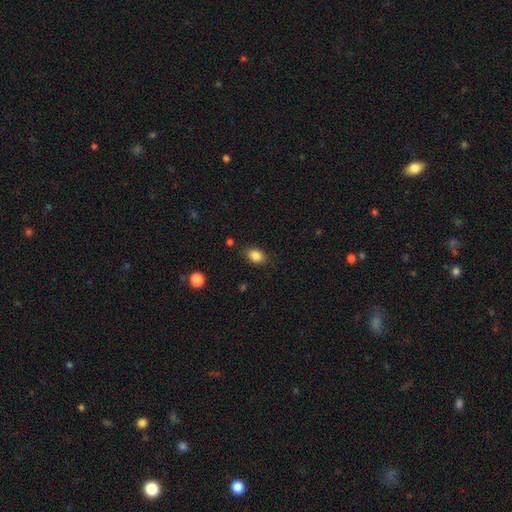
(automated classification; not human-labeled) Q: Smooth or featured?
A: smooth (85%); runner-up: star or artifact (9%)
Q: How rounded?
A: in between (75%); runner-up: round (24%)
Q: Merging?
A: none (83%); runner-up: minor disturbance (12%)